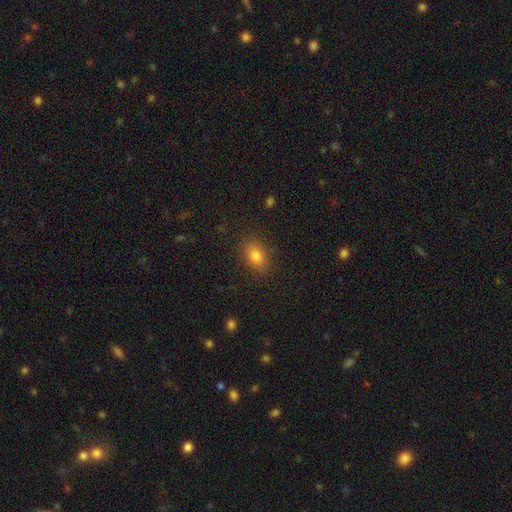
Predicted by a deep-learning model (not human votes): A smooth galaxy with no disk features (80%) that is in between round and cigar-shaped (80%). Merging: none (86%).